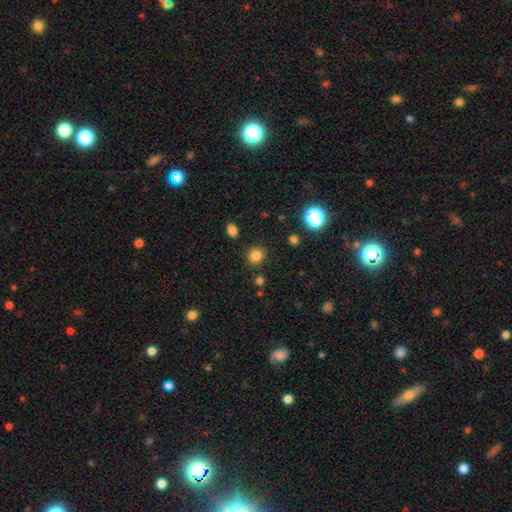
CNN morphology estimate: smooth 82%, star or artifact 14%, featured or disk 4%. Down the decision tree: how rounded — round (87%); merging — none (87%).